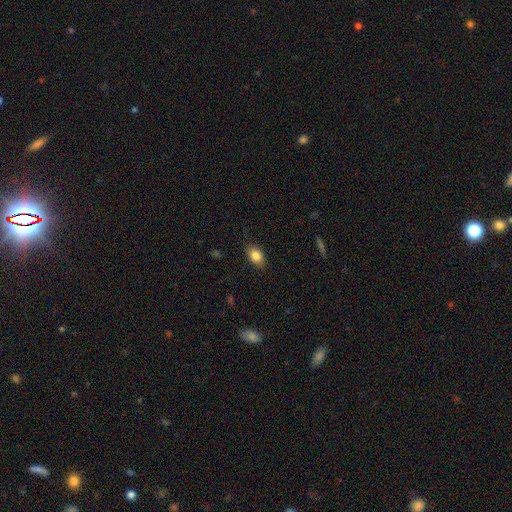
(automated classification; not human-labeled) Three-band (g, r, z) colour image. It shows a smooth galaxy with no disk features (84%) that is in between round and cigar-shaped (86%). Merging: none (85%).